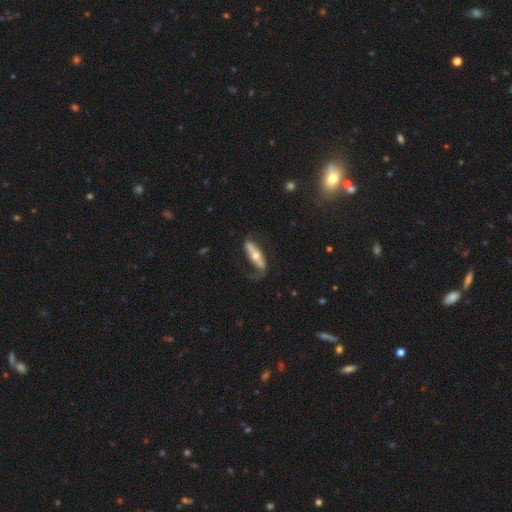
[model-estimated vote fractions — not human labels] Smooth or featured: featured or disk — 64% (smooth — 30%)
Edge-on disk: no — 55% (yes — 45%)
Merging: none — 50% (major disturbance — 24%)